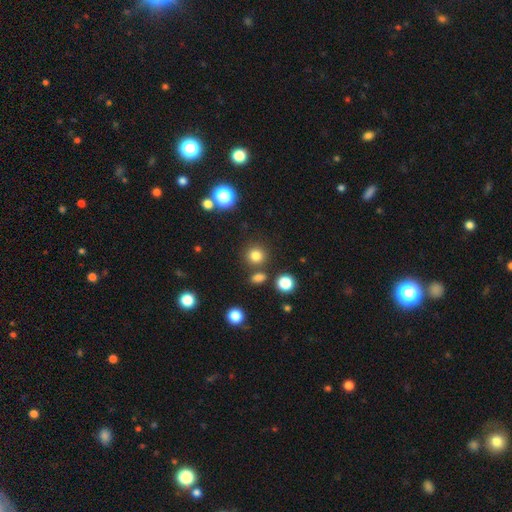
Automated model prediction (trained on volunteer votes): Overall: smooth (79%). How rounded: round (90%). Merging: none (80%).